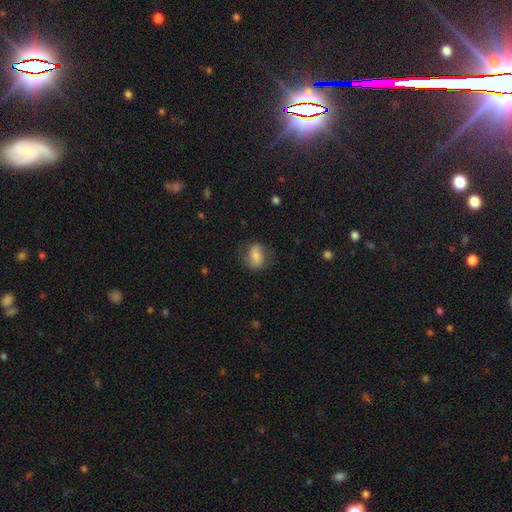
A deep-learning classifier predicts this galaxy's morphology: smooth_or_featured: smooth (p=0.63) [alt: featured or disk p=0.29]
how_rounded: in between (p=0.71) [alt: round p=0.26]
merging: none (p=0.64) [alt: minor disturbance p=0.23]